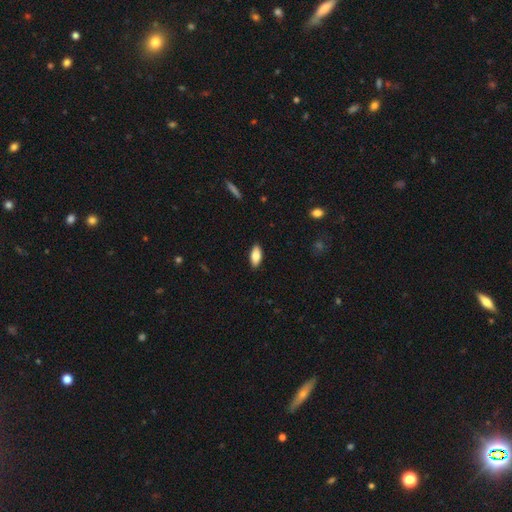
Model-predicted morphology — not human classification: Smooth or featured? Predicted: smooth (p=0.81). How rounded? Predicted: in between (p=0.85). Merging? Predicted: none (p=0.89).